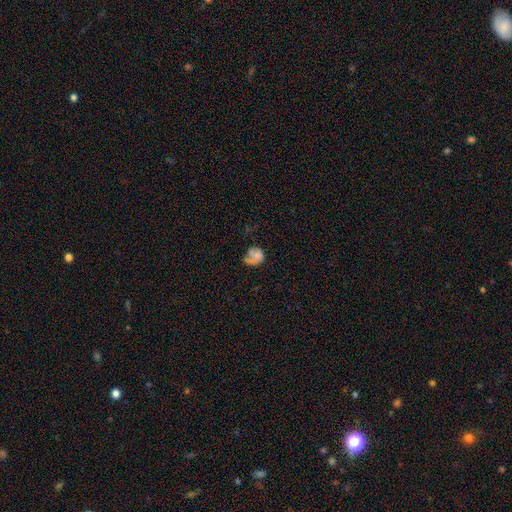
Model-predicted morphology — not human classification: A smooth galaxy with no disk features (49%).

Vote fractions:
- Smooth or featured? smooth: 49% / featured or disk: 39% / star or artifact: 11%
- Merging? none: 35% / major disturbance: 32% / minor disturbance: 25% / merger: 7%